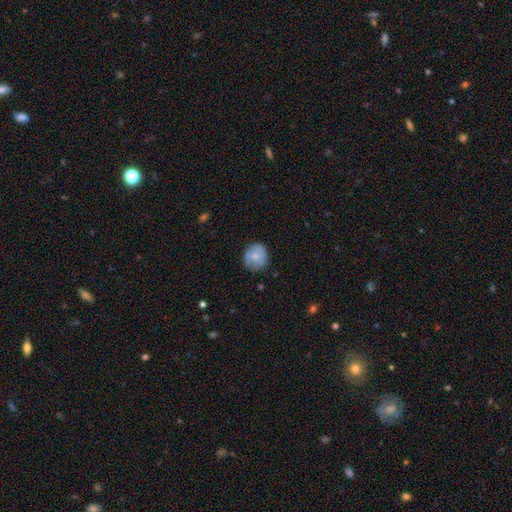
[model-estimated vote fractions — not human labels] Morphology: type=smooth (70%); roundness=round (86%); merging=none (76%).